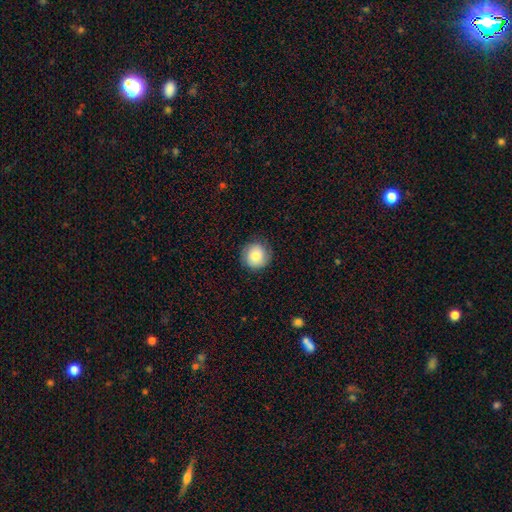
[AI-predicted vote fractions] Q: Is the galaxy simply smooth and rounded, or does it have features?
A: smooth — 78%.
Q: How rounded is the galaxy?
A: round — 93%.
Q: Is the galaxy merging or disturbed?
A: none — 84%.